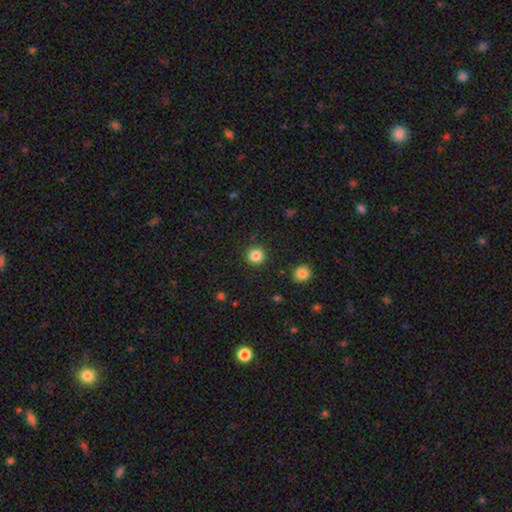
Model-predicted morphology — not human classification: Q: Smooth or featured?
A: smooth (84%); runner-up: star or artifact (11%)
Q: How rounded?
A: round (93%); runner-up: in between (6%)
Q: Merging?
A: none (91%); runner-up: minor disturbance (5%)